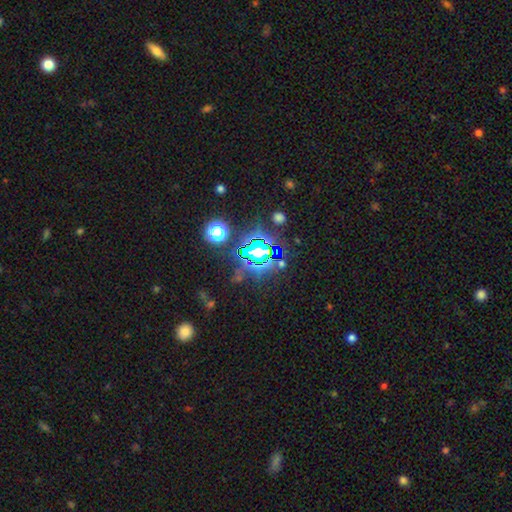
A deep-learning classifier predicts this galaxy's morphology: smooth_or_featured: star or artifact (p=0.64) [alt: smooth p=0.24]